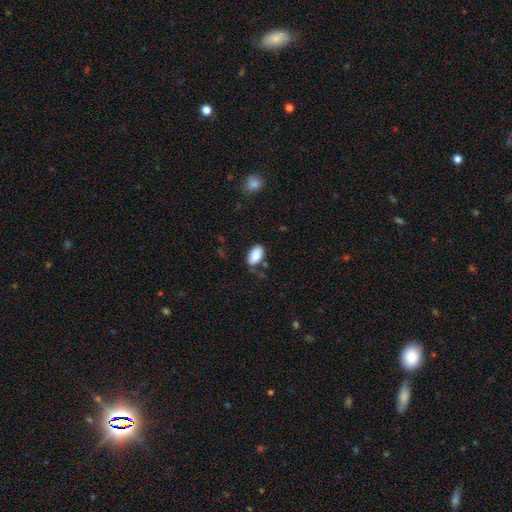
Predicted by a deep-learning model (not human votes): Smooth or featured?
  - smooth: 82% *
  - featured or disk: 11%
  - star or artifact: 7%
How rounded?
  - in between: 94% *
  - round: 5%
  - cigar-shaped: 2%
Merging?
  - none: 74% *
  - minor disturbance: 18%
  - major disturbance: 4%
  - merger: 4%